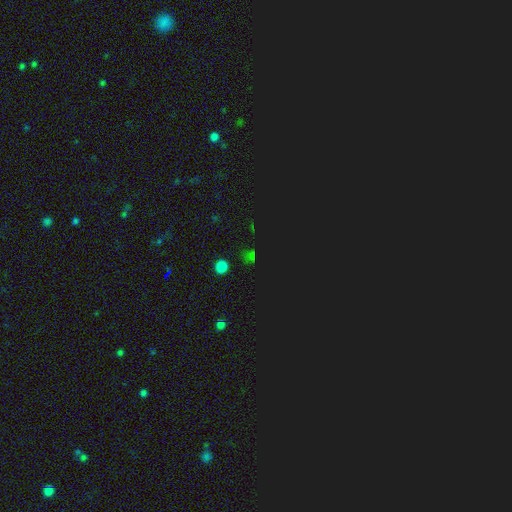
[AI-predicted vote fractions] Q: Smooth or featured?
A: star or artifact (66%); runner-up: smooth (27%)